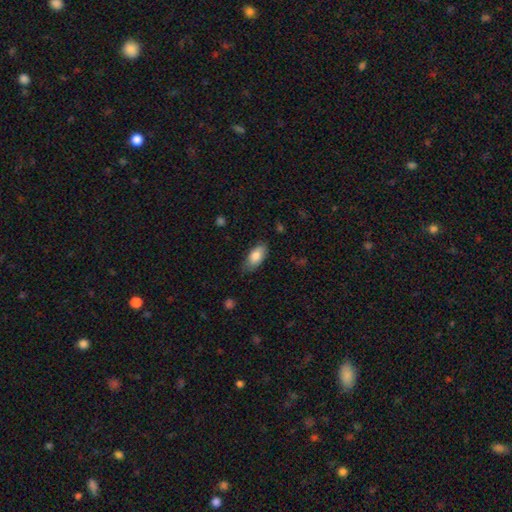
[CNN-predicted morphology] type=smooth (82%); roundness=in between (90%); merging=none (75%).